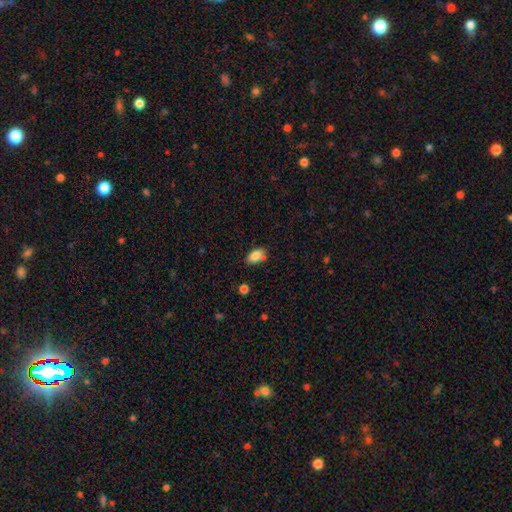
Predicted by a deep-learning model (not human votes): This appears to be a smooth galaxy with no disk features (83%) that is in between round and cigar-shaped (90%). Merging: none (67%).